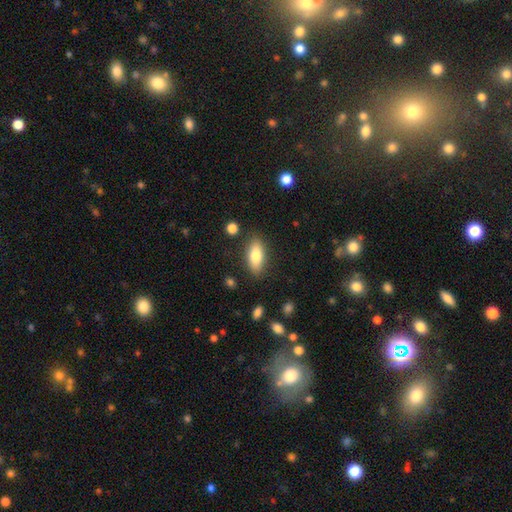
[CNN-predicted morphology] Smooth or featured: smooth — 77% (featured or disk — 16%)
How rounded: in between — 81% (cigar-shaped — 16%)
Merging: none — 85% (minor disturbance — 11%)